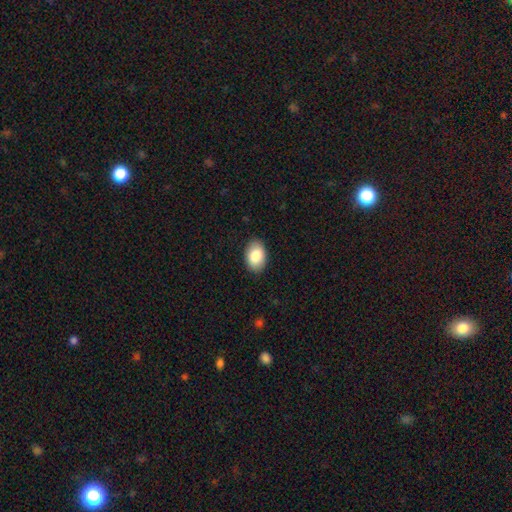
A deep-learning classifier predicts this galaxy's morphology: A smooth galaxy with no disk features (85%) that is in between round and cigar-shaped (89%).

Vote fractions:
- Smooth or featured? smooth: 85% / featured or disk: 9% / star or artifact: 7%
- How rounded? in between: 89% / round: 10% / cigar-shaped: 1%
- Merging? none: 88% / minor disturbance: 9% / major disturbance: 2% / merger: 1%